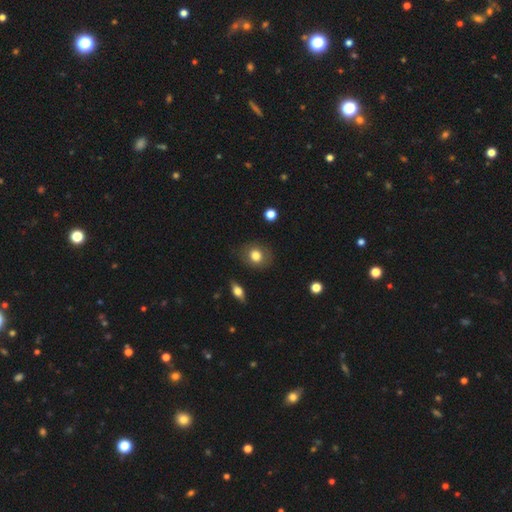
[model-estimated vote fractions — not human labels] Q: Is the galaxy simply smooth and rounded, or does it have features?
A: smooth — 76%.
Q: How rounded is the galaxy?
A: round — 63%.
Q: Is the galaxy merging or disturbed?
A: none — 82%.